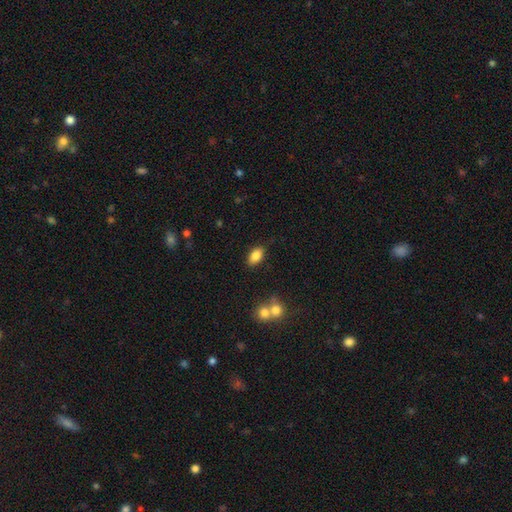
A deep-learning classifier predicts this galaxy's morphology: type=smooth (84%); roundness=in between (91%); merging=none (84%).